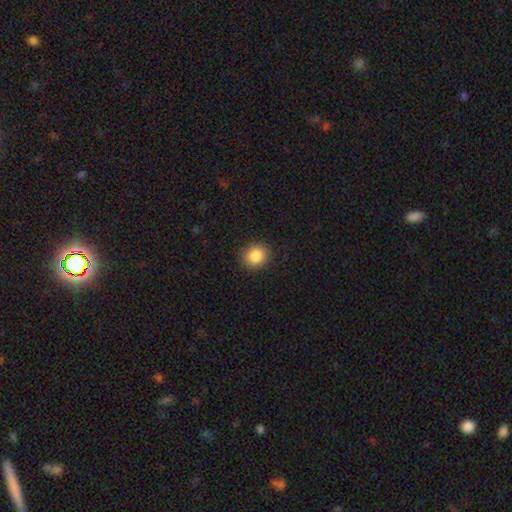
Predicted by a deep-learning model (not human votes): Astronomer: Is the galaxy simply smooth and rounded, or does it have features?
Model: smooth — 86%.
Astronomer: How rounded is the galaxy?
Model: round — 82%.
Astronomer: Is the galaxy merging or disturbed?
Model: none — 90%.